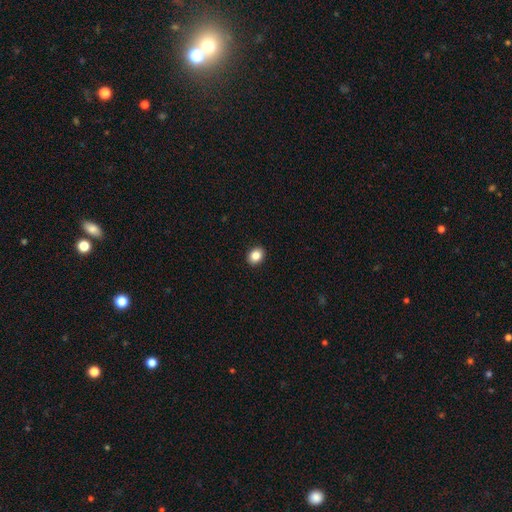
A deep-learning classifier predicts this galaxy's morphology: smooth 86%, star or artifact 9%, featured or disk 5%. Down the decision tree: how rounded — in between (51%); merging — none (92%).